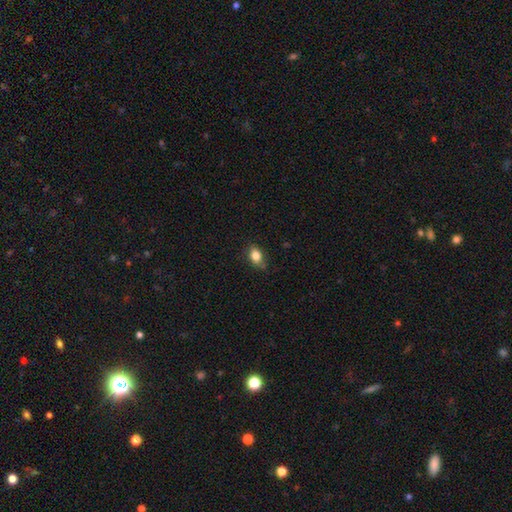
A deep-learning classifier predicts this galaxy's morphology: type=smooth (82%); roundness=in between (78%); merging=none (76%).